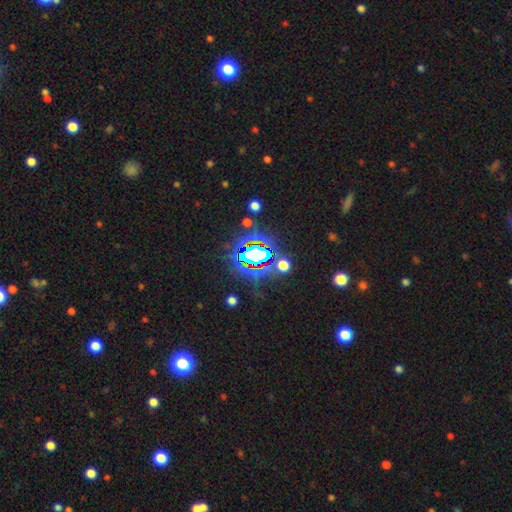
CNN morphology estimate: Smooth or featured? star or artifact (69%)